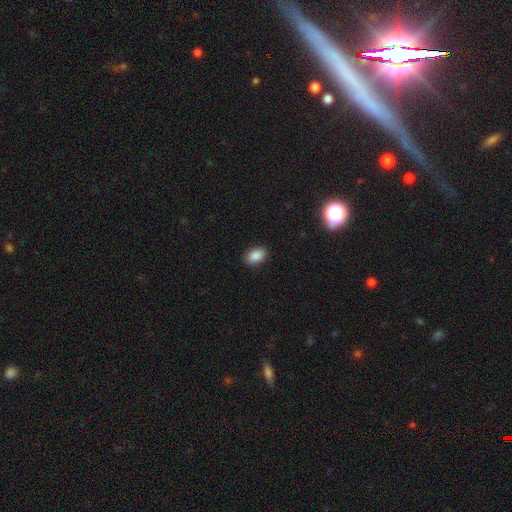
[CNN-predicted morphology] smooth 87%, star or artifact 9%, featured or disk 4%. Down the decision tree: how rounded — in between (87%); merging — none (89%).